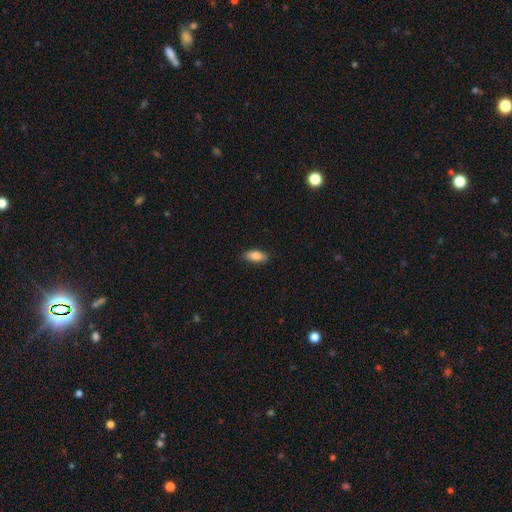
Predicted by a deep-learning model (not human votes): smooth-or-featured: smooth: 84% | featured or disk: 9% | star or artifact: 7%
  how-rounded: in between: 86% | cigar-shaped: 11% | round: 3%
  merging: none: 88% | minor disturbance: 9% | major disturbance: 2% | merger: 1%